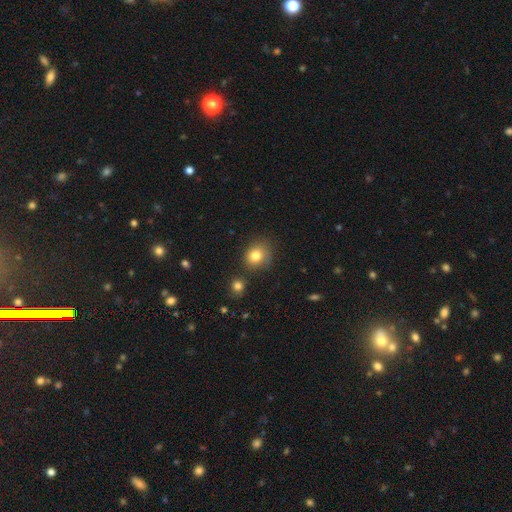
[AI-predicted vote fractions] smooth-or-featured: smooth: 81% | star or artifact: 11% | featured or disk: 8%
  how-rounded: round: 74% | in between: 25% | cigar-shaped: 1%
  merging: none: 75% | minor disturbance: 14% | merger: 7% | major disturbance: 4%